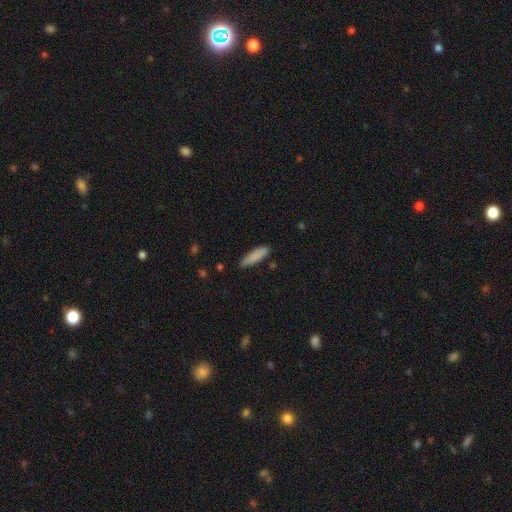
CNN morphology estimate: smooth_or_featured: smooth (p=0.86) [alt: featured or disk p=0.08]
how_rounded: cigar-shaped (p=0.64) [alt: in between p=0.34]
merging: none (p=0.83) [alt: minor disturbance p=0.14]